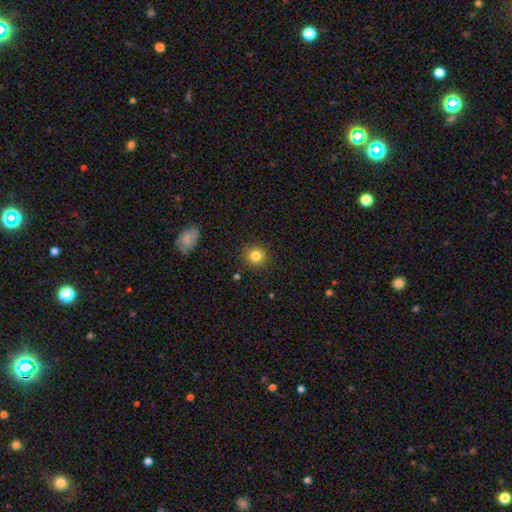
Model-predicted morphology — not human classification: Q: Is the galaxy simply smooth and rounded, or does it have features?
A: smooth — 83%.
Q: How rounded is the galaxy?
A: round — 90%.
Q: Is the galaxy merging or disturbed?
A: none — 89%.